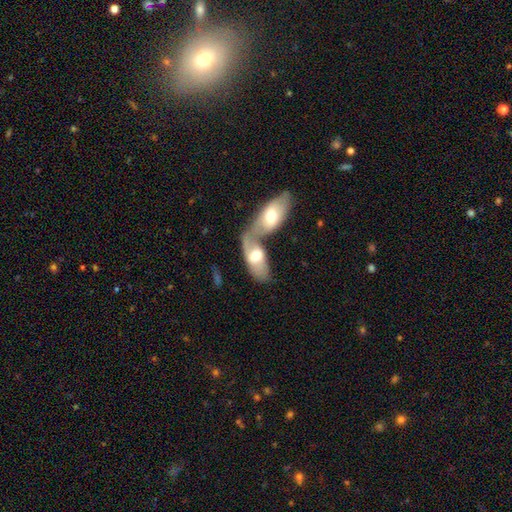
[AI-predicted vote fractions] Smooth or featured: smooth — 52% (featured or disk — 43%)
How rounded: in between — 90% (cigar-shaped — 7%)
Merging: merger — 72% (none — 16%)